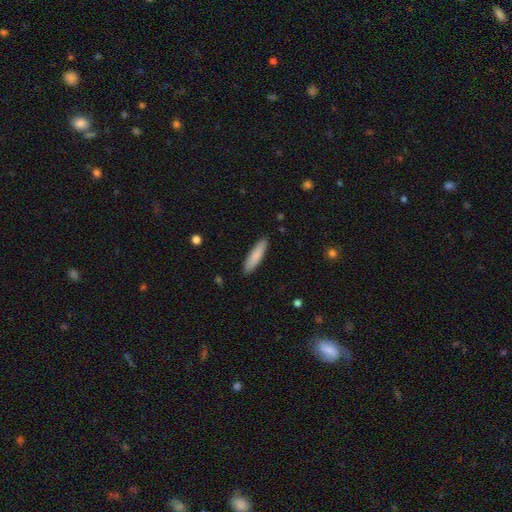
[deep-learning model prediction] Smooth or featured? smooth (85%)
How rounded? cigar-shaped (74%)
Merging? none (89%)